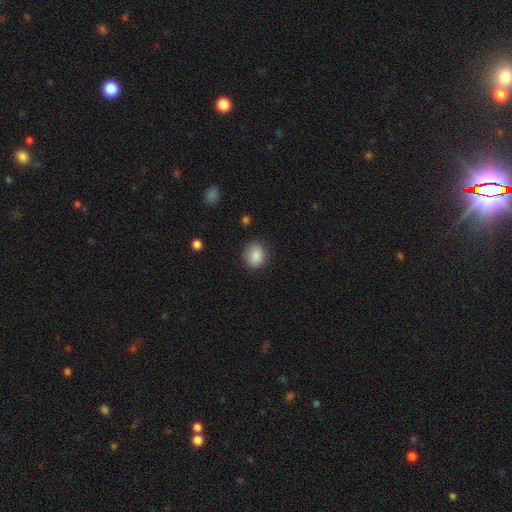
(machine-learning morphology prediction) Smooth or featured? smooth (87%)
How rounded? round (60%)
Merging? none (81%)